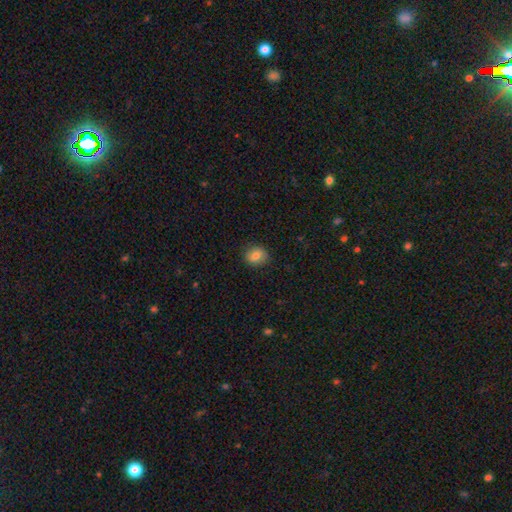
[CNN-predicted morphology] A smooth galaxy with no disk features (82%) that is round (70%). Merging: none (87%).